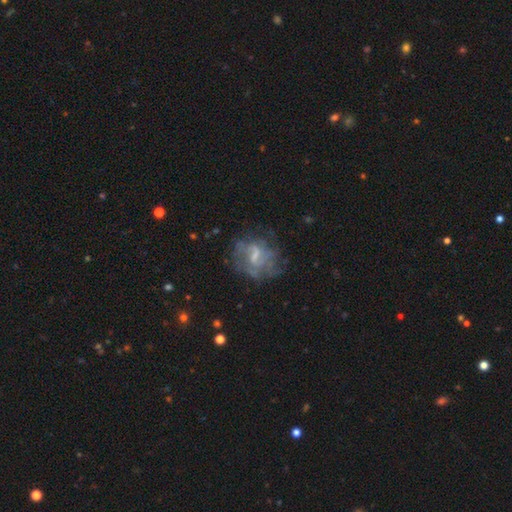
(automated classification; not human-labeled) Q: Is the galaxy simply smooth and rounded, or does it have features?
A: featured or disk — 66%.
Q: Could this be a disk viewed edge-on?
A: no — 97%.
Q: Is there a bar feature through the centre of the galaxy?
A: weak — 50%.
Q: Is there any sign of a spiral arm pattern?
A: yes — 53%.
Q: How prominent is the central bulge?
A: small — 37%.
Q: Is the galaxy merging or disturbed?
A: none — 56%.